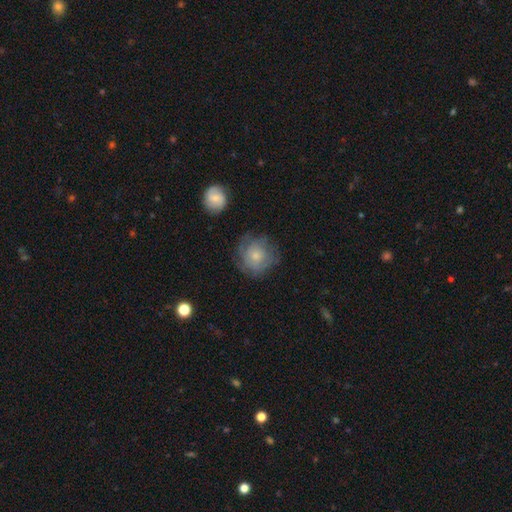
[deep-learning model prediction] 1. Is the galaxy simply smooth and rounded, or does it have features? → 57% smooth, 35% featured or disk, 9% star or artifact.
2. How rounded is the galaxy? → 88% round, 11% in between, 1% cigar-shaped.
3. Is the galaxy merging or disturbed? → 67% none, 20% minor disturbance, 11% major disturbance, 2% merger.